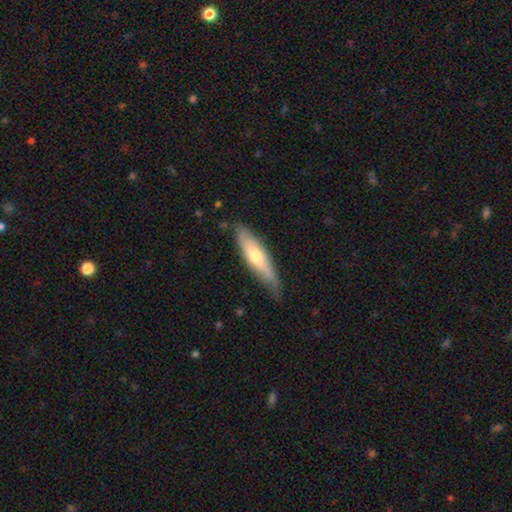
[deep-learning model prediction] The model was most divided on "smooth or featured": smooth: 56%, featured or disk: 39%, star or artifact: 5%. More confident: merging — none (74%); how rounded — cigar-shaped (71%).